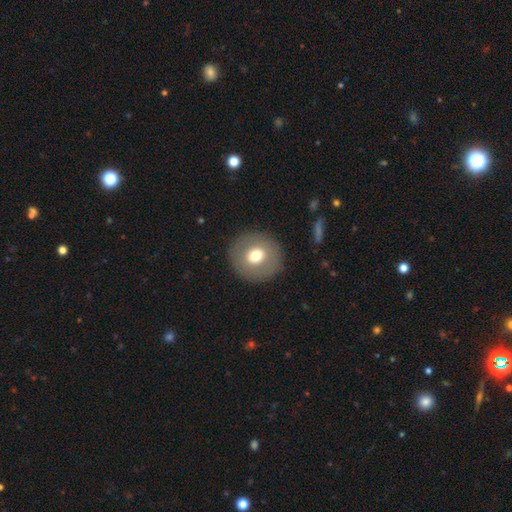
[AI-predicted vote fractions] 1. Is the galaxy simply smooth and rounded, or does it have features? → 68% smooth, 24% featured or disk, 9% star or artifact.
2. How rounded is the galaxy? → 91% round, 8% in between, 1% cigar-shaped.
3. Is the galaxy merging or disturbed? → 89% none, 6% minor disturbance, 3% major disturbance, 1% merger.